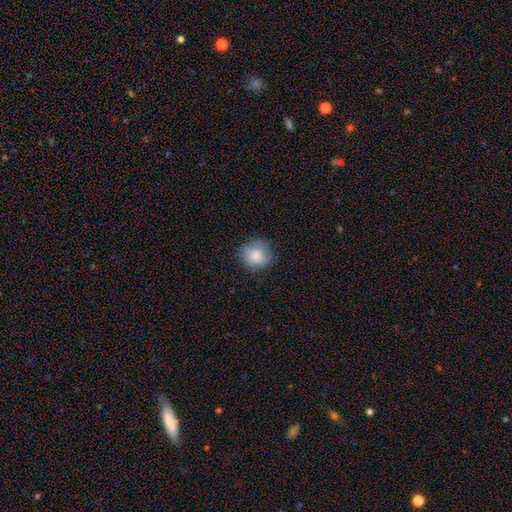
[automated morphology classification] Smooth or featured? Predicted: smooth (p=0.84). How rounded? Predicted: round (p=0.89). Merging? Predicted: none (p=0.81).